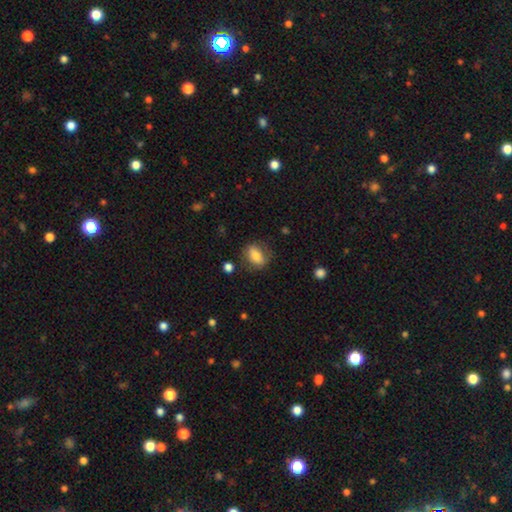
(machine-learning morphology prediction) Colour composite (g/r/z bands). It shows a smooth galaxy with no disk features (73%) that is in between round and cigar-shaped (74%). Merging: none (71%).